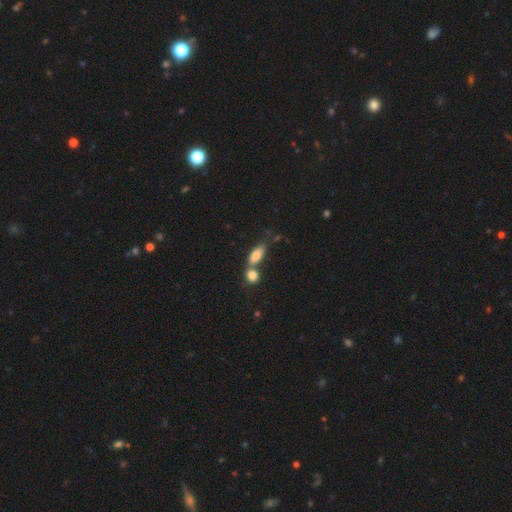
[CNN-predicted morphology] smooth-or-featured: smooth: 82% | featured or disk: 9% | star or artifact: 8%
  how-rounded: in between: 79% | cigar-shaped: 14% | round: 7%
  merging: merger: 44% | none: 39% | minor disturbance: 12% | major disturbance: 5%